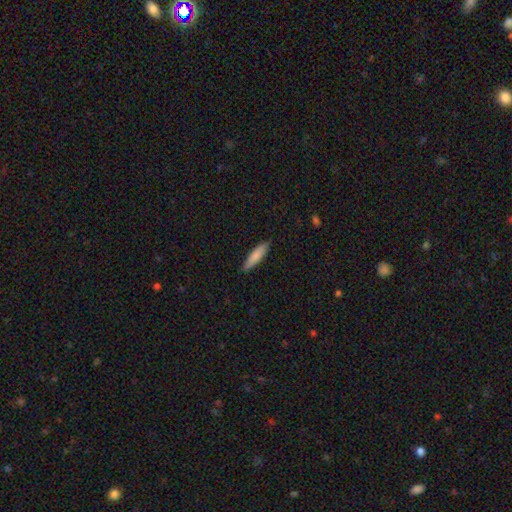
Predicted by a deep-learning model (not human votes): Q: Smooth or featured?
A: smooth (82%); runner-up: featured or disk (13%)
Q: How rounded?
A: cigar-shaped (78%); runner-up: in between (21%)
Q: Merging?
A: none (88%); runner-up: minor disturbance (9%)